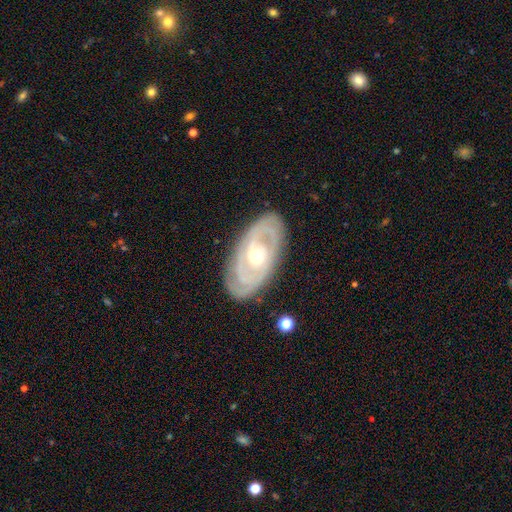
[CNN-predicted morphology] smooth_or_featured: featured or disk (p=0.84) [alt: smooth p=0.11]
disk_edge_on: no (p=0.93) [alt: yes p=0.07]
bar: no (p=0.63) [alt: weak p=0.27]
has_spiral_arms: yes (p=0.87) [alt: no p=0.13]
spiral_winding: tight (p=0.72) [alt: medium p=0.22]
spiral_arm_count: 2 (p=0.40) [alt: can't tell p=0.31]
bulge_size: moderate (p=0.67) [alt: small p=0.28]
merging: none (p=0.84) [alt: minor disturbance p=0.12]